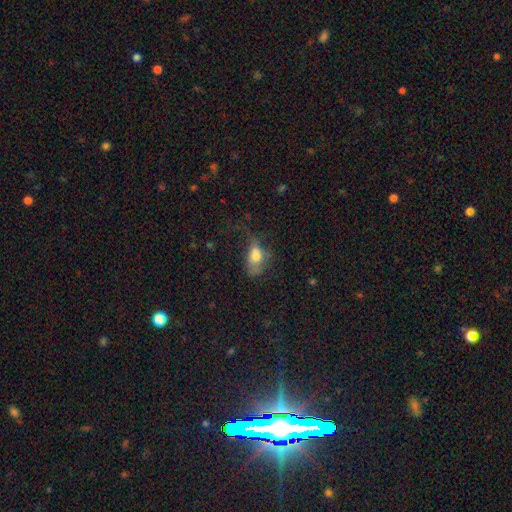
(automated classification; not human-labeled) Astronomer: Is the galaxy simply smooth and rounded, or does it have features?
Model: smooth — 69%.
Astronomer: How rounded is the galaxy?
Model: in between — 86%.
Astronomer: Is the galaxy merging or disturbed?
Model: major disturbance — 46% (runner-up: none, 25%).